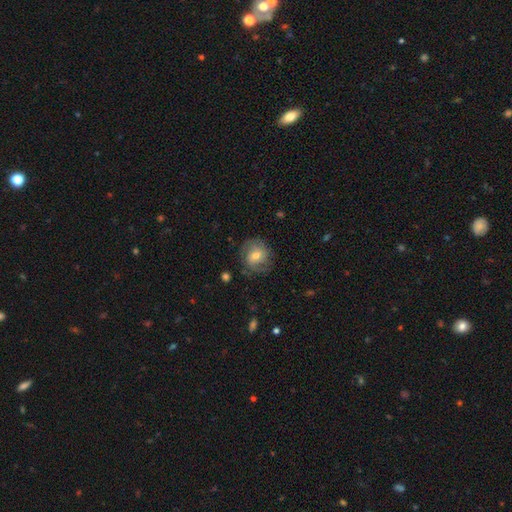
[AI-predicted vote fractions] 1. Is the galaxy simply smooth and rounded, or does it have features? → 62% featured or disk, 30% smooth, 8% star or artifact.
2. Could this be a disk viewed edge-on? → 97% no, 3% yes.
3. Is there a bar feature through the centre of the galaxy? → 52% no, 39% weak, 9% strong.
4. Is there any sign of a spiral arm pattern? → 86% yes, 14% no.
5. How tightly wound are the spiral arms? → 50% tight, 38% medium, 13% loose.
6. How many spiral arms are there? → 54% 2, 25% can't tell, 11% 3, 4% 1, 3% 4, 3% more than 4.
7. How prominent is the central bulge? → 59% moderate, 33% small, 5% large, 2% none, 1% dominant.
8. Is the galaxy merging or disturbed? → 74% none, 16% minor disturbance, 8% major disturbance, 1% merger.